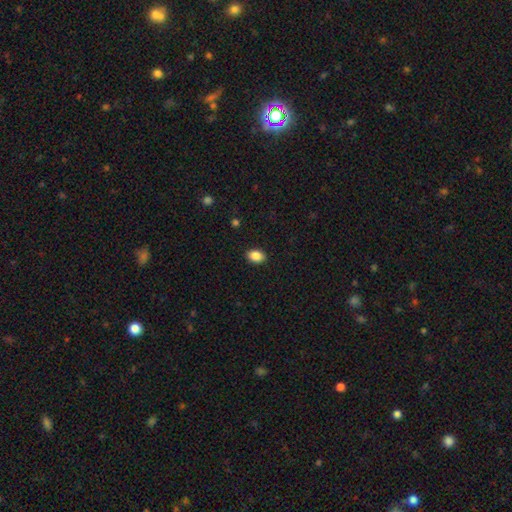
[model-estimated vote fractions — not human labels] Q: Smooth or featured?
A: smooth (88%); runner-up: star or artifact (8%)
Q: How rounded?
A: in between (79%); runner-up: round (20%)
Q: Merging?
A: none (90%); runner-up: minor disturbance (8%)